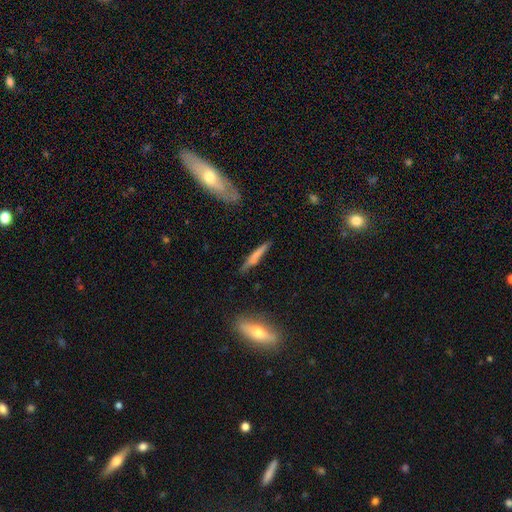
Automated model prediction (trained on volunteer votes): Smooth or featured? Predicted: smooth (p=0.62). How rounded? Predicted: cigar-shaped (p=0.92). Merging? Predicted: none (p=0.76).